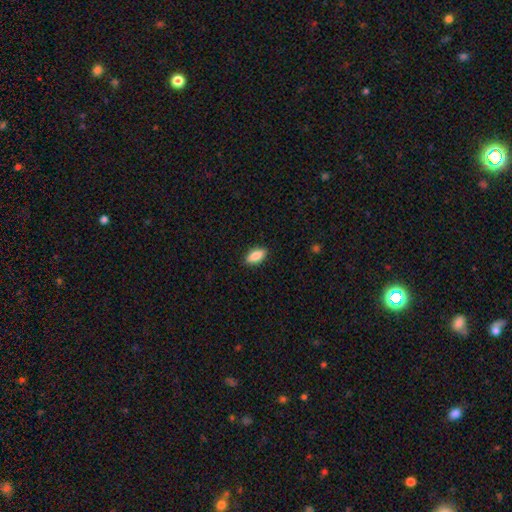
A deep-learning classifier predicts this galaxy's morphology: smooth-or-featured: smooth: 85% | featured or disk: 9% | star or artifact: 7%
  how-rounded: in between: 85% | cigar-shaped: 12% | round: 3%
  merging: none: 88% | minor disturbance: 9% | major disturbance: 2% | merger: 1%